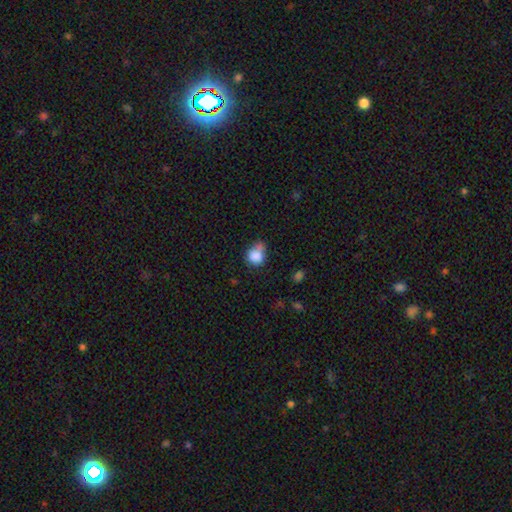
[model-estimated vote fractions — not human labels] Morphology: type=smooth (82%); roundness=round (65%); merging=none (39%).